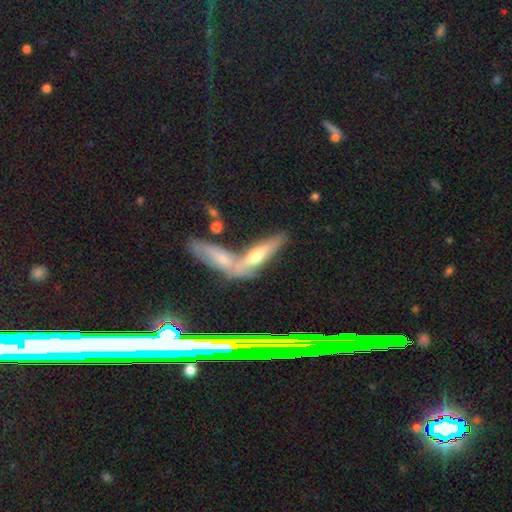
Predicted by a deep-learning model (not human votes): A smooth galaxy with no disk features (47%).

Vote fractions:
- Smooth or featured? smooth: 47% / featured or disk: 41% / star or artifact: 12%
- Merging? merger: 49% / none: 37% / minor disturbance: 9% / major disturbance: 5%